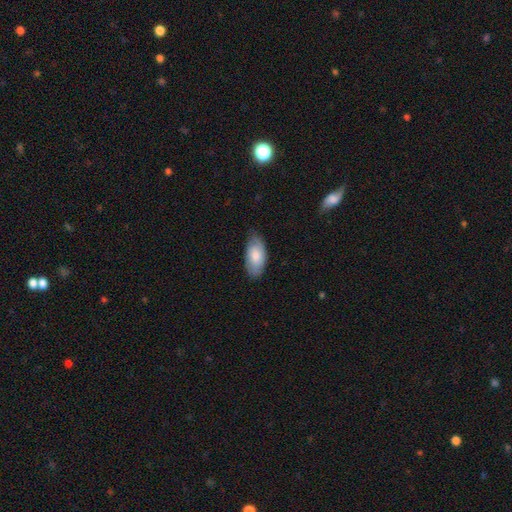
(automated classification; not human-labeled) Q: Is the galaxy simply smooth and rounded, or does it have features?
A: smooth — 75%.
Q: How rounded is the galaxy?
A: in between — 93%.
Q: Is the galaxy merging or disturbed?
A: none — 75%.